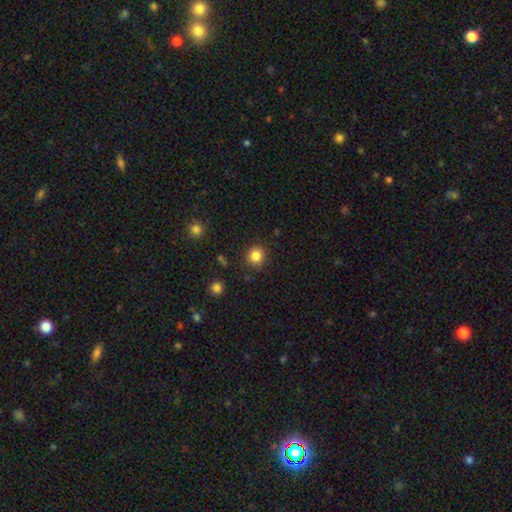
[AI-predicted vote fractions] The model was most divided on "smooth or featured": smooth: 84%, star or artifact: 11%, featured or disk: 5%. More confident: how rounded — round (91%); merging — none (88%).